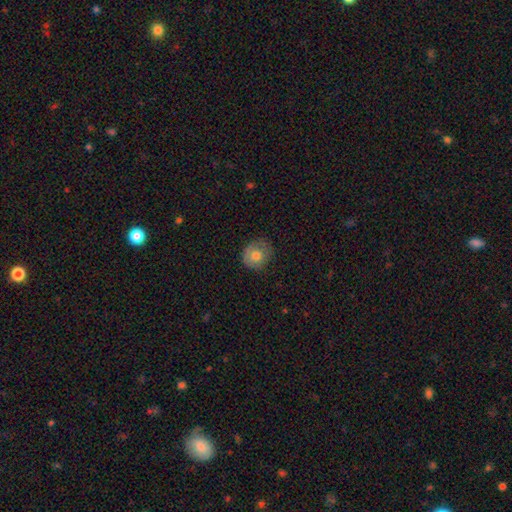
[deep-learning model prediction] smooth_or_featured: smooth (p=0.69) [alt: featured or disk p=0.22]
how_rounded: round (p=0.80) [alt: in between p=0.19]
merging: none (p=0.73) [alt: minor disturbance p=0.20]